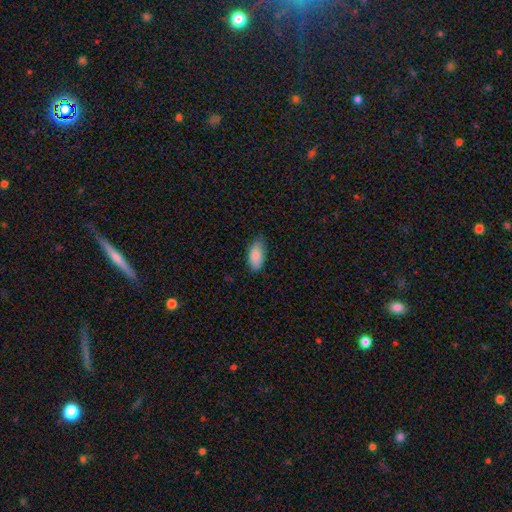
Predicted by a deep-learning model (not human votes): Q: Smooth or featured?
A: smooth (84%); runner-up: featured or disk (10%)
Q: How rounded?
A: in between (92%); runner-up: cigar-shaped (6%)
Q: Merging?
A: none (77%); runner-up: minor disturbance (20%)